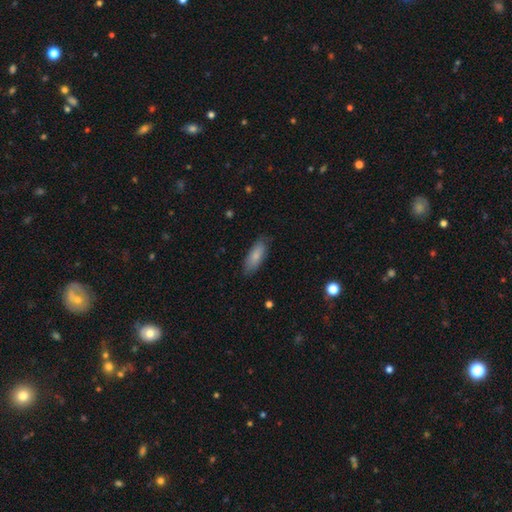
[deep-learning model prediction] This is clearly a smooth galaxy (82%). How rounded: likely in between (72%). Merging: clearly none (82%).